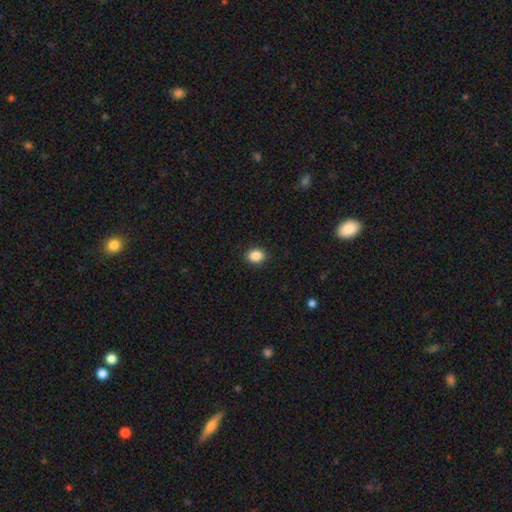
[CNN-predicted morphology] Smooth or featured? Predicted: smooth (p=0.88). How rounded? Predicted: round (p=0.51). Merging? Predicted: none (p=0.91).